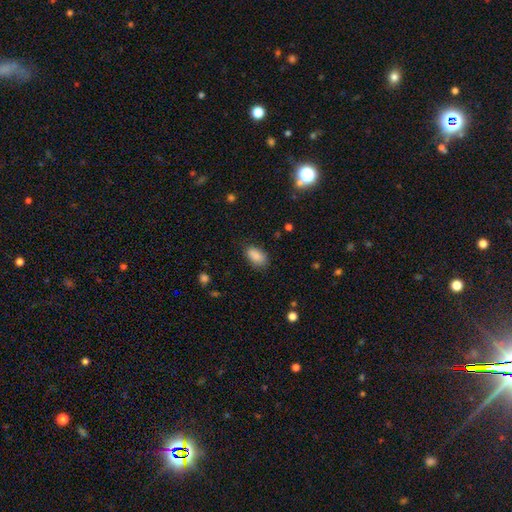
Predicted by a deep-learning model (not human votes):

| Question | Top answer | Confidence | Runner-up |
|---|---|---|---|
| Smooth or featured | smooth | 87% | star or artifact (8%) |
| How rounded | in between | 91% | round (6%) |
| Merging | none | 76% | minor disturbance (17%) |